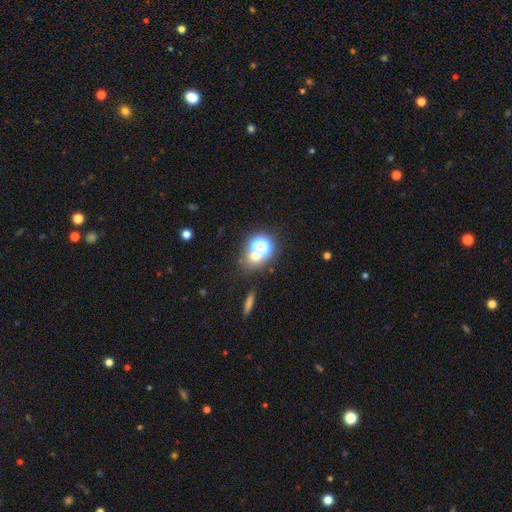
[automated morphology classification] This appears to be a smooth galaxy with no disk features (47%). Merging: none (62%).